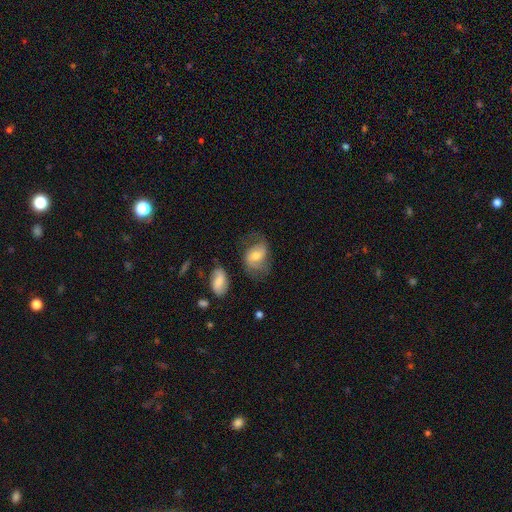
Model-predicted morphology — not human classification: smooth-or-featured: featured or disk: 46% | smooth: 45% | star or artifact: 8%
  merging: none: 49% | minor disturbance: 27% | major disturbance: 19% | merger: 4%